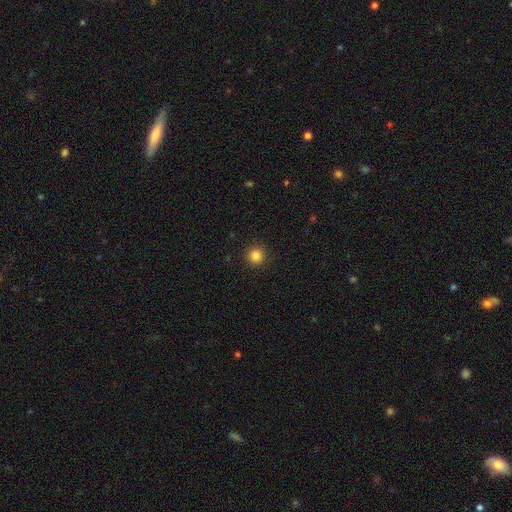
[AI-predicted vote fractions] Smooth or featured?
  - smooth: 85% *
  - star or artifact: 12%
  - featured or disk: 4%
How rounded?
  - round: 95% *
  - in between: 4%
  - cigar-shaped: 1%
Merging?
  - none: 92% *
  - minor disturbance: 5%
  - major disturbance: 2%
  - merger: 1%